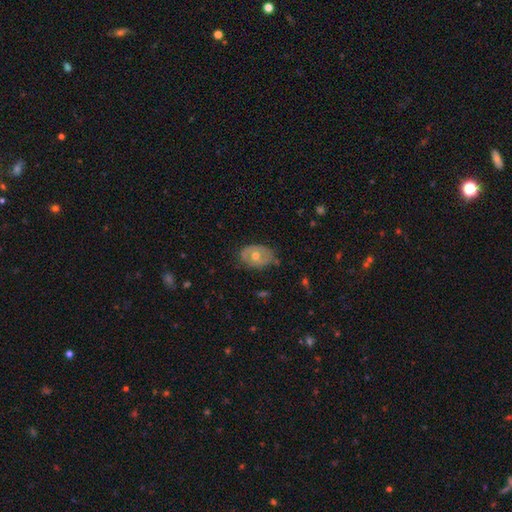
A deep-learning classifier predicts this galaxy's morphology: Overall: featured or disk (51%; smooth 42%). Edge-on disk: no (93%). Merging: none (55%; minor disturbance 34%).